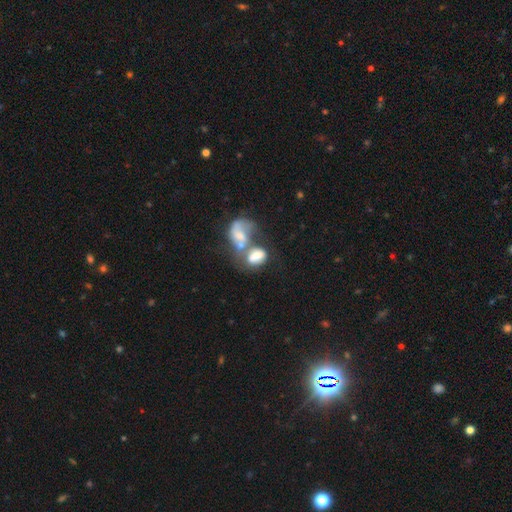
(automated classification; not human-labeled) The model was most divided on "smooth or featured": smooth: 61%, featured or disk: 30%, star or artifact: 9%. More confident: how rounded — in between (82%); merging — merger (69%).